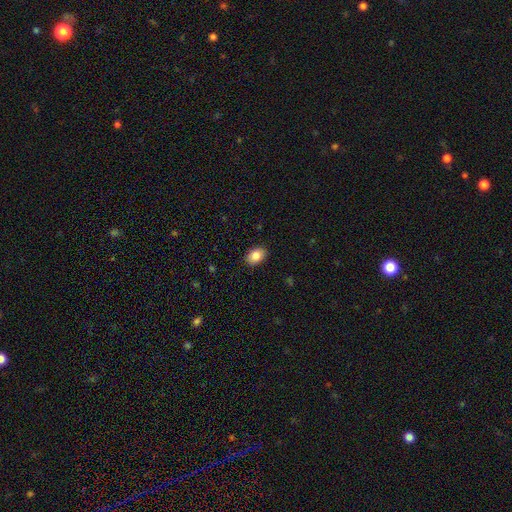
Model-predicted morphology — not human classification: smooth 85%, star or artifact 8%, featured or disk 7%. Down the decision tree: how rounded — in between (78%); merging — none (89%).